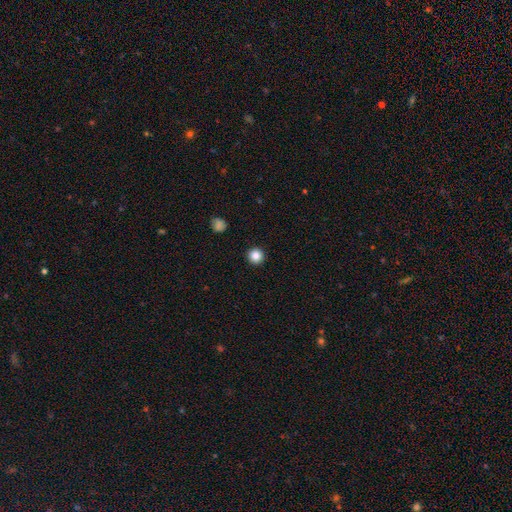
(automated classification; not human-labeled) Smooth or featured?
  - smooth: 85% *
  - star or artifact: 10%
  - featured or disk: 4%
How rounded?
  - round: 95% *
  - in between: 4%
  - cigar-shaped: 1%
Merging?
  - none: 93% *
  - minor disturbance: 4%
  - major disturbance: 2%
  - merger: 1%